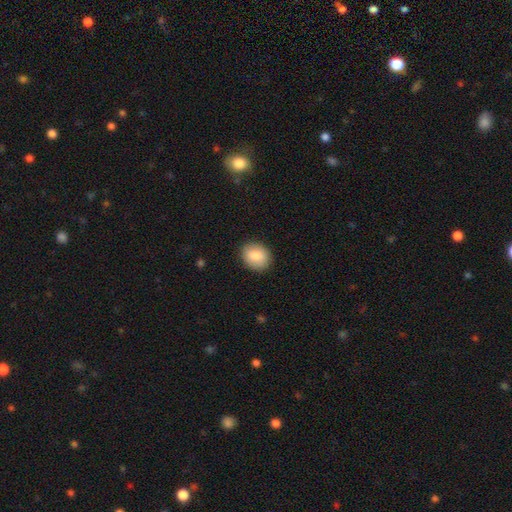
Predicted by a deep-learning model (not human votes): smooth 85%, featured or disk 8%, star or artifact 7%. Down the decision tree: how rounded — round (52%); merging — none (89%).